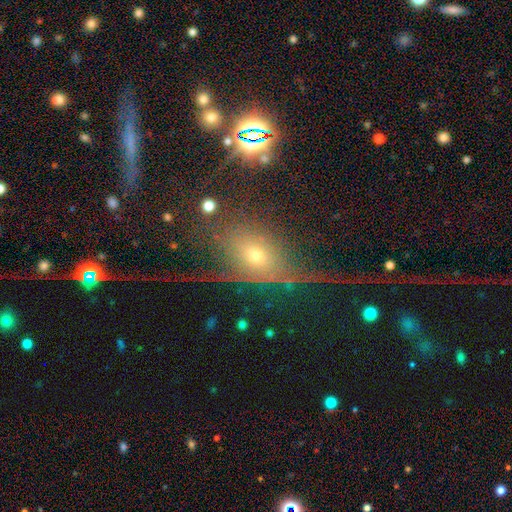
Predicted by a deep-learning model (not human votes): smooth-or-featured: featured or disk: 51% | smooth: 31% | star or artifact: 18%
  disk-edge-on: no: 74% | yes: 26%
  merging: none: 40% | major disturbance: 36% | minor disturbance: 18% | merger: 6%